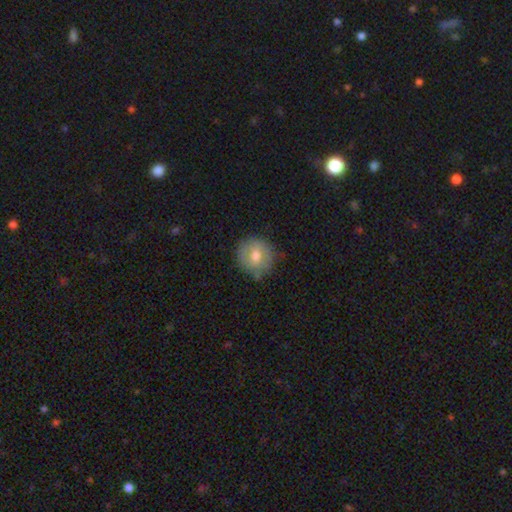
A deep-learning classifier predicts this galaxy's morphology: This appears to be a smooth galaxy with no disk features (70%) that is round (89%). Merging: none (82%).